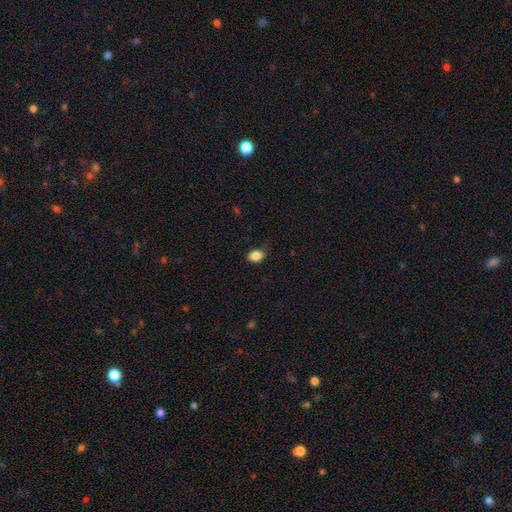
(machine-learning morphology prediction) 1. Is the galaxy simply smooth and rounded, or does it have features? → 86% smooth, 9% star or artifact, 4% featured or disk.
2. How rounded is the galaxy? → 65% in between, 34% round, 1% cigar-shaped.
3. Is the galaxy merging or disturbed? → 70% none, 23% minor disturbance, 5% major disturbance, 1% merger.